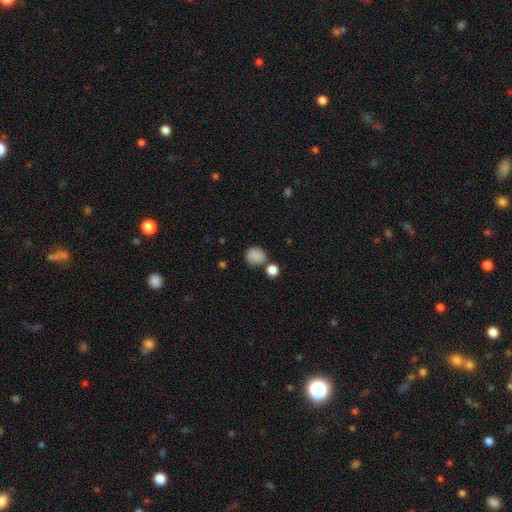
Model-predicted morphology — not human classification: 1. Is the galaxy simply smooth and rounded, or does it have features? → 85% smooth, 10% star or artifact, 6% featured or disk.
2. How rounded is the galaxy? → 80% round, 19% in between, 1% cigar-shaped.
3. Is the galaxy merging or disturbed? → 63% none, 17% minor disturbance, 15% merger, 6% major disturbance.